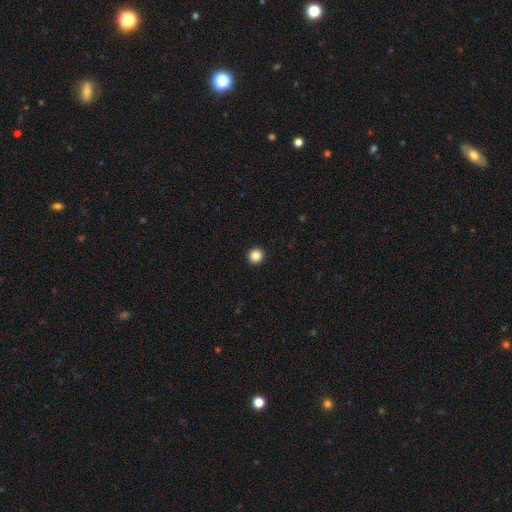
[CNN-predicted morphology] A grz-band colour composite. It shows a smooth galaxy with no disk features (86%) that is round (93%). Merging: none (94%).